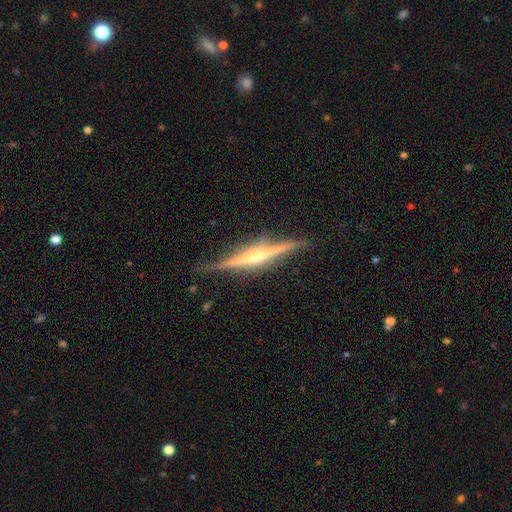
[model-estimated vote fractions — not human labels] Overall: featured or disk (84%). Edge-on disk: yes (98%). Edge-on bulge: rounded (83%). Merging: none (87%).